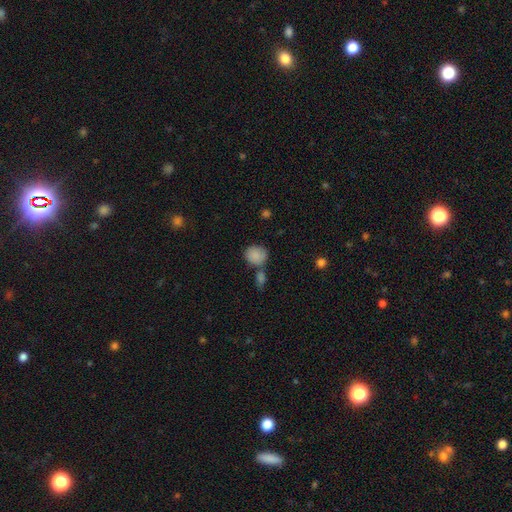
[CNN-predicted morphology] A smooth galaxy with no disk features (86%) that is round (68%).

Vote fractions:
- Smooth or featured? smooth: 86% / star or artifact: 8% / featured or disk: 6%
- How rounded? round: 68% / in between: 31% / cigar-shaped: 1%
- Merging? none: 54% / merger: 26% / minor disturbance: 15% / major disturbance: 5%